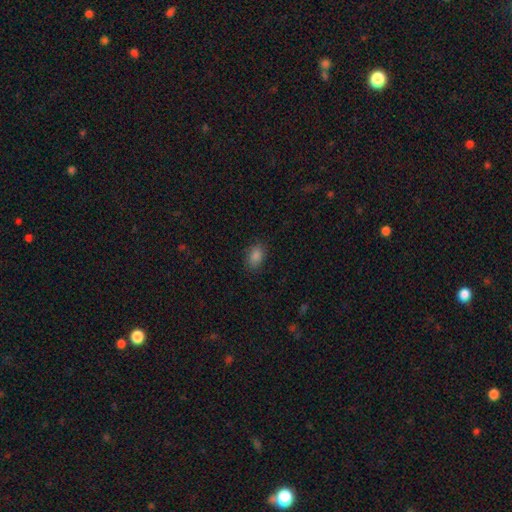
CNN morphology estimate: Overall: smooth (84%). How rounded: in between (82%). Merging: none (86%).